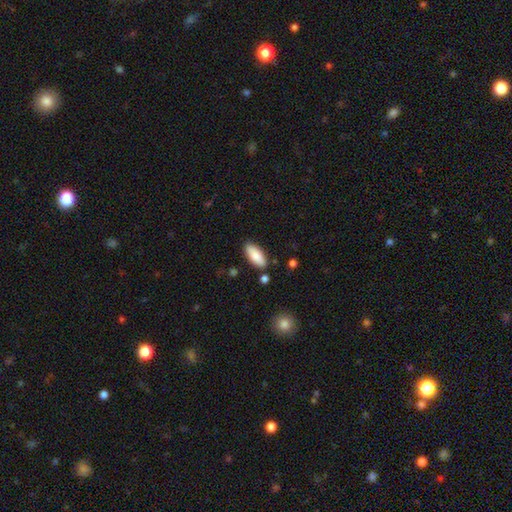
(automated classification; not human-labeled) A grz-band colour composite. It shows a smooth galaxy with no disk features (85%) that is in between round and cigar-shaped (84%). Merging: none (84%).